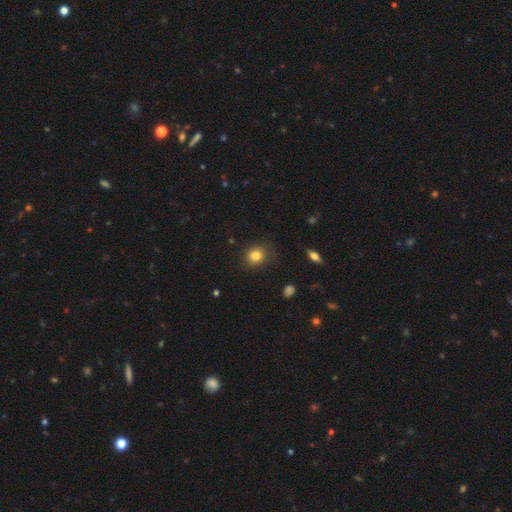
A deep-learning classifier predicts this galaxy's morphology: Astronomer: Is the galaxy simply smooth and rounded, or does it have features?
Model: smooth — 81%.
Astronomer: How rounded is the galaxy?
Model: round — 76%.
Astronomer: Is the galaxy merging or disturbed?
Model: none — 76%.